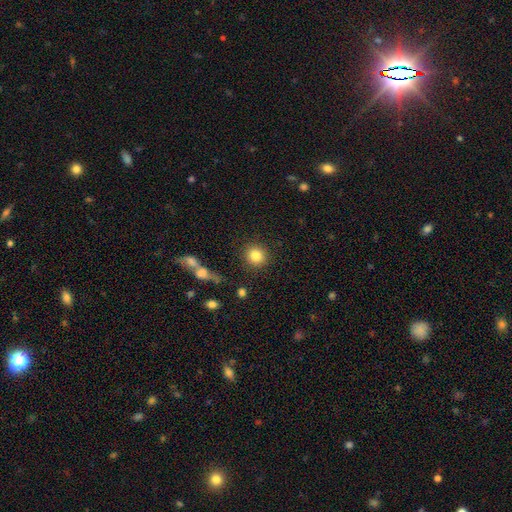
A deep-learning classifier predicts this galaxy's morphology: Smooth or featured?
  - smooth: 83% *
  - star or artifact: 10%
  - featured or disk: 7%
How rounded?
  - round: 90% *
  - in between: 9%
  - cigar-shaped: 1%
Merging?
  - none: 87% *
  - minor disturbance: 6%
  - major disturbance: 3%
  - merger: 3%